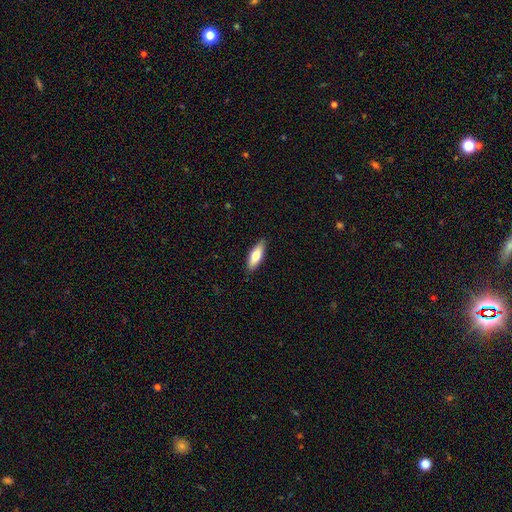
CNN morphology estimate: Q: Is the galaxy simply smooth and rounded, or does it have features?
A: smooth — 74%.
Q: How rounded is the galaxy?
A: in between — 61%.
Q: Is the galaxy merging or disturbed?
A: none — 87%.